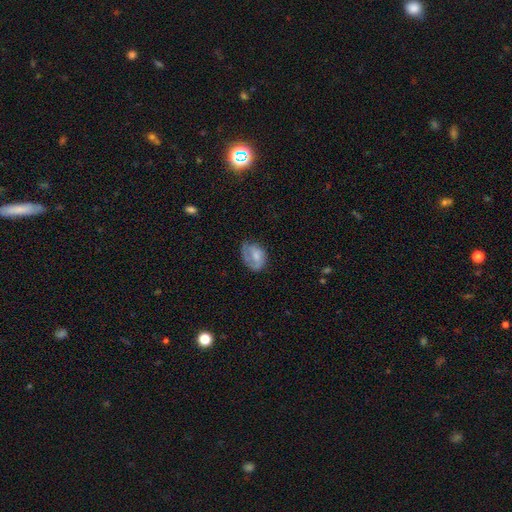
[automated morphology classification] Smooth or featured?
  - smooth: 57% *
  - featured or disk: 36%
  - star or artifact: 8%
How rounded?
  - in between: 74% *
  - round: 25%
  - cigar-shaped: 1%
Merging?
  - none: 47% *
  - minor disturbance: 31%
  - major disturbance: 20%
  - merger: 2%